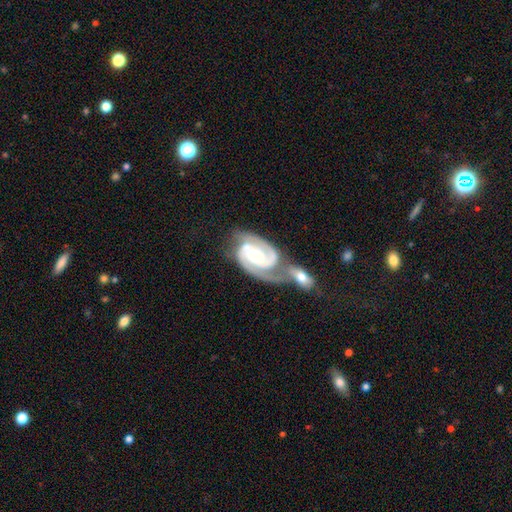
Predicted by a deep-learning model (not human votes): This appears to be a featured or disk galaxy (92%) with no bar (44%), 2 (90%) tight (50%) spiral arms (98%) and a moderate central bulge (59%). Merging: merger (55%).